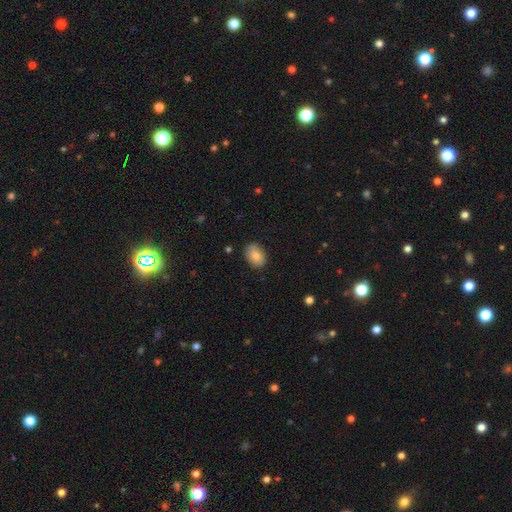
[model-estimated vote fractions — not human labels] This is likely a smooth galaxy (79%). How rounded: likely in between (80%). Merging: clearly none (83%).